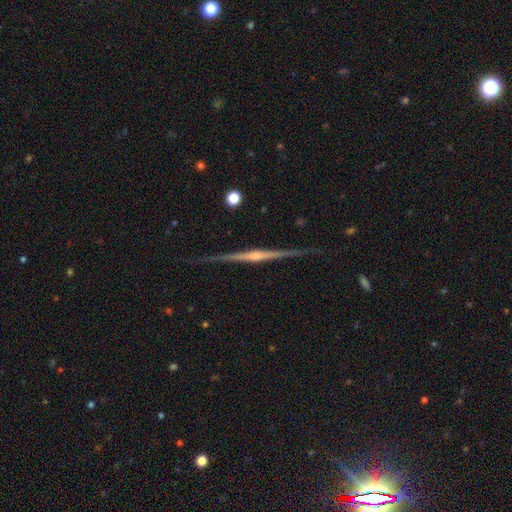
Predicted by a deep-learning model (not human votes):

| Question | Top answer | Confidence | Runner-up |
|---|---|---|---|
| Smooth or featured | featured or disk | 87% | smooth (7%) |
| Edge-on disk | yes | 98% | no (2%) |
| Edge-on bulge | rounded | 78% | none (12%) |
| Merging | none | 88% | minor disturbance (9%) |